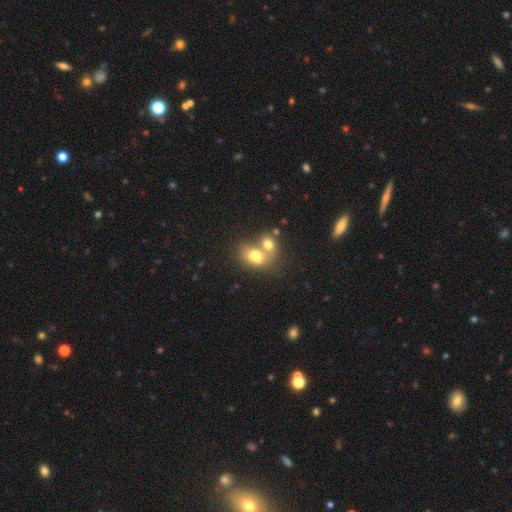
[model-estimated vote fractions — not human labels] The model was most divided on "how rounded": in between: 56%, round: 42%, cigar-shaped: 1%. More confident: smooth or featured — smooth (69%); merging — merger (67%).